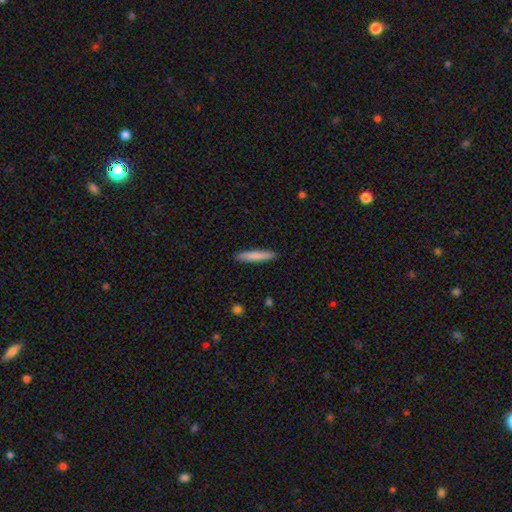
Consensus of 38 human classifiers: smooth 84%, featured or disk 11%, star or artifact 5%. Down the decision tree: how rounded — cigar-shaped (94%); merging — none (89%).